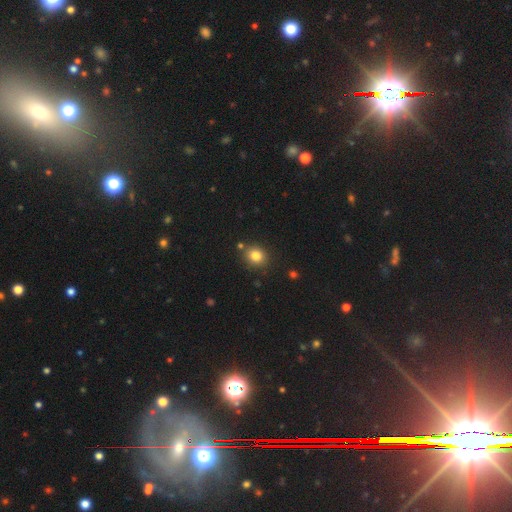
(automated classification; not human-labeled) Smooth or featured: smooth — 81% (star or artifact — 12%)
How rounded: round — 68% (in between — 31%)
Merging: none — 82% (minor disturbance — 10%)